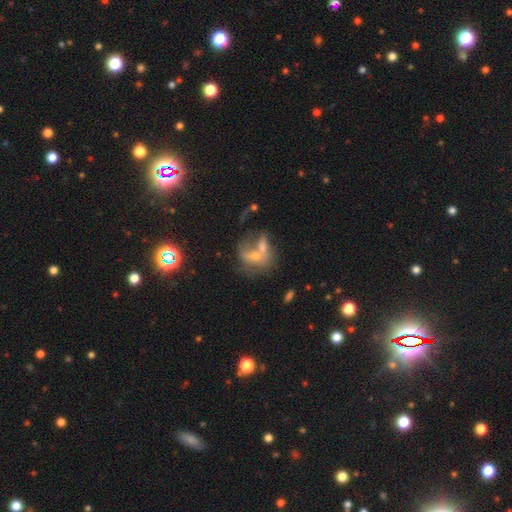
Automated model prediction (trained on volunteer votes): Morphology: type=featured or disk (42%); merging=merger (54%).